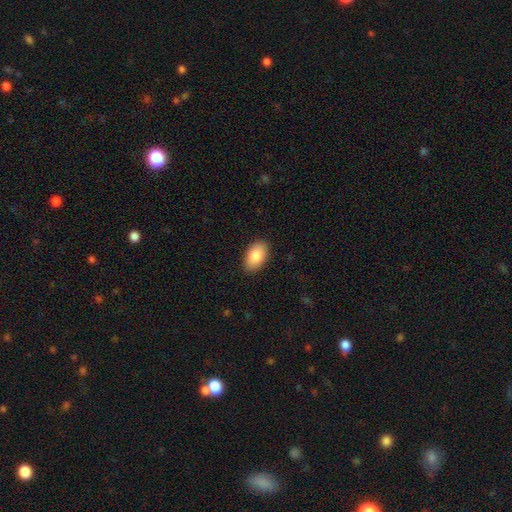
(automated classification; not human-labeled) A smooth galaxy with no disk features (84%) that is in between round and cigar-shaped (93%). Merging: none (88%).